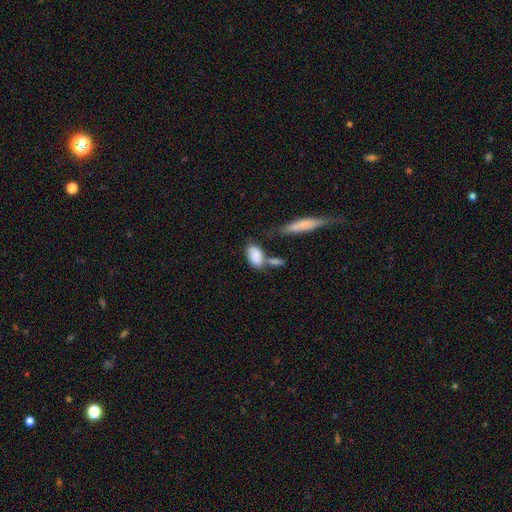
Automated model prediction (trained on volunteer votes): Smooth or featured? smooth (83%)
How rounded? in between (90%)
Merging? none (39%)